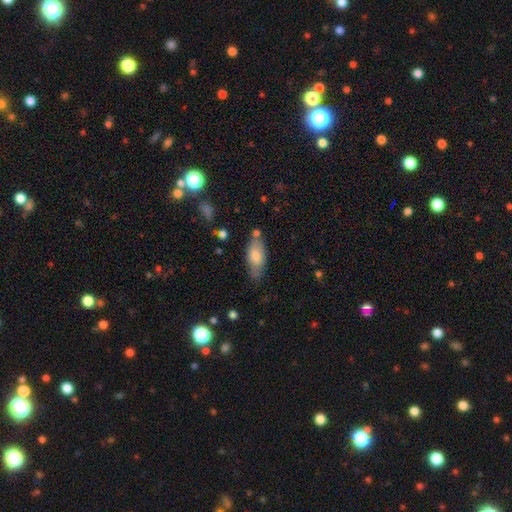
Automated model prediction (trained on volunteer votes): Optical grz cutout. It shows a smooth galaxy with no disk features (74%) that is in between round and cigar-shaped (84%). Merging: none (62%).